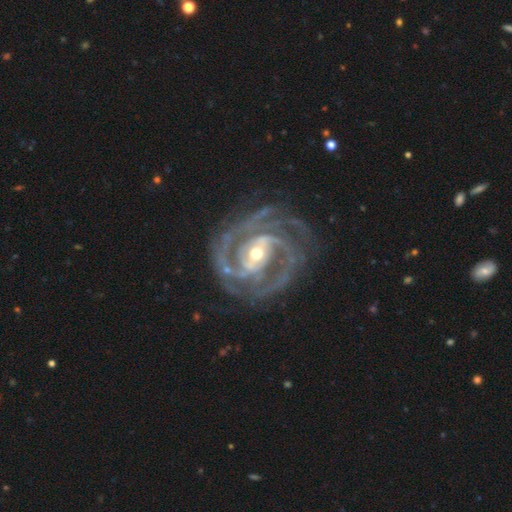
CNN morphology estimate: Q: Smooth or featured?
A: featured or disk (93%); runner-up: star or artifact (4%)
Q: Edge-on disk?
A: no (98%); runner-up: yes (2%)
Q: Bar?
A: strong (38%); runner-up: weak (36%)
Q: Spiral arms?
A: yes (98%); runner-up: no (2%)
Q: Spiral winding?
A: tight (58%); runner-up: medium (37%)
Q: Spiral arm count?
A: 3 (33%); runner-up: 2 (31%)
Q: Bulge size?
A: moderate (54%); runner-up: small (41%)
Q: Merging?
A: none (75%); runner-up: minor disturbance (15%)